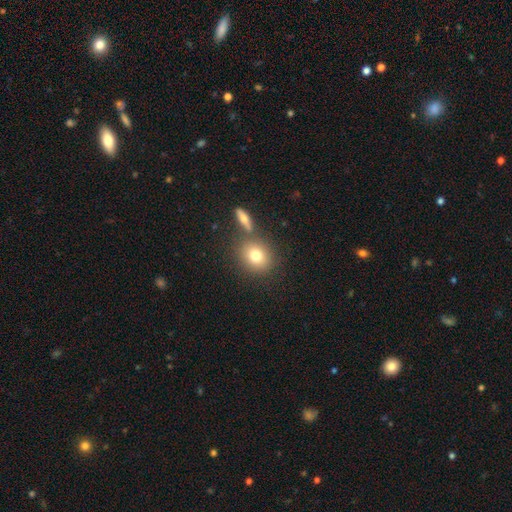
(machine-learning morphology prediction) Overall: smooth (77%). How rounded: round (71%). Merging: none (71%).